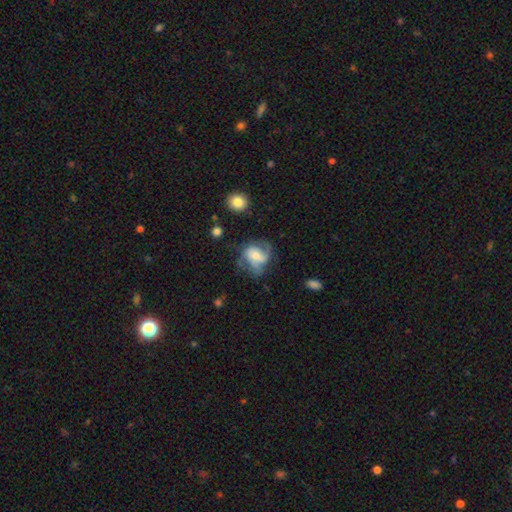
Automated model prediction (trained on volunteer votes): smooth-or-featured: featured or disk: 67% | smooth: 25% | star or artifact: 8%
  disk-edge-on: no: 98% | yes: 2%
    bar: no: 51% | weak: 37% | strong: 12%
    has-spiral-arms: yes: 87% | no: 13%
      spiral-winding: medium: 47% | loose: 31% | tight: 22%
      spiral-arm-count: 2: 46% | 3: 23% | can't tell: 17% | 1: 8% | 4: 3% | more than 4: 3%
    bulge-size: moderate: 45% | small: 39% | large: 8% | none: 5% | dominant: 2%
  merging: none: 49% | major disturbance: 25% | minor disturbance: 23% | merger: 3%